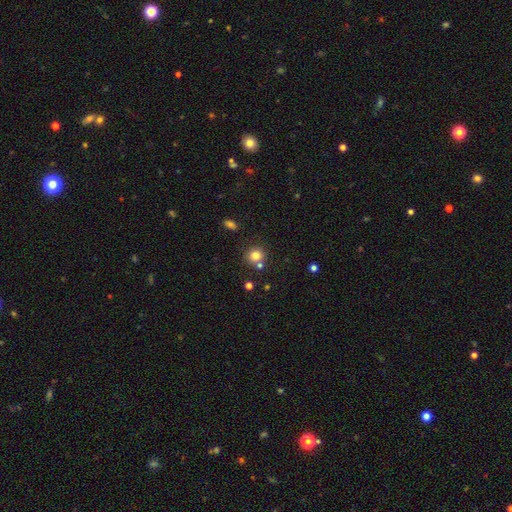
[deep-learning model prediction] This is likely a smooth galaxy (78%). How rounded: clearly round (87%). Merging: likely none (70%).